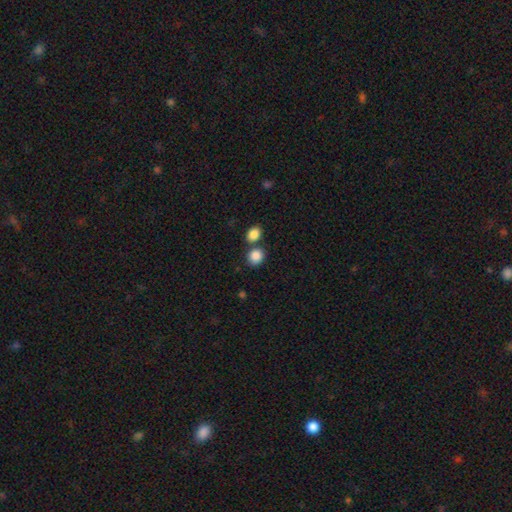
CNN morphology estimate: A smooth galaxy with no disk features (87%) that is round (74%).

Vote fractions:
- Smooth or featured? smooth: 87% / star or artifact: 9% / featured or disk: 4%
- How rounded? round: 74% / in between: 25% / cigar-shaped: 1%
- Merging? none: 62% / merger: 26% / minor disturbance: 9% / major disturbance: 3%